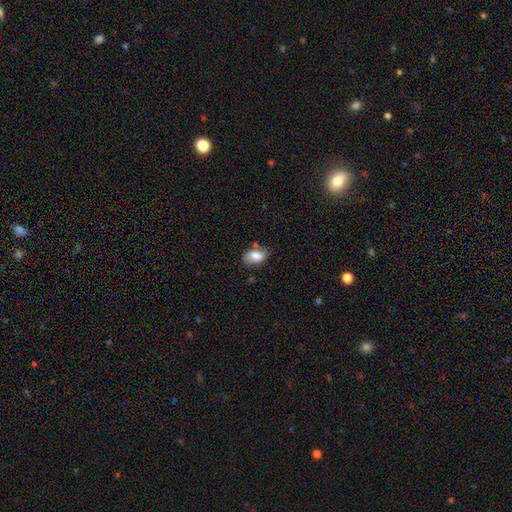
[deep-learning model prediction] This appears to be a smooth galaxy with no disk features (73%) that is in between round and cigar-shaped (87%). Merging: none (63%).